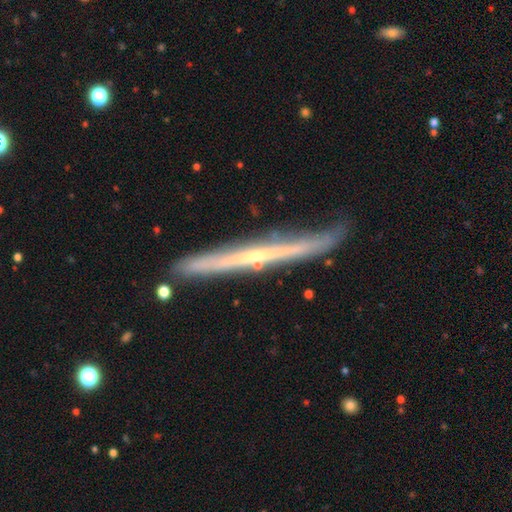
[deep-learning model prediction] Q: Smooth or featured?
A: featured or disk (76%); runner-up: smooth (18%)
Q: Edge-on disk?
A: yes (95%); runner-up: no (5%)
Q: Edge-on bulge?
A: none (54%); runner-up: rounded (40%)
Q: Merging?
A: none (73%); runner-up: minor disturbance (21%)